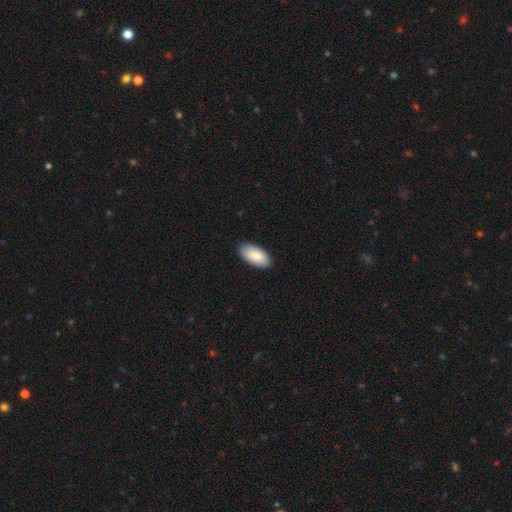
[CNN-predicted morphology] The model was most divided on "merging": none: 88%, minor disturbance: 9%, major disturbance: 2%, merger: 1%. More confident: how rounded — in between (95%); smooth or featured — smooth (89%).